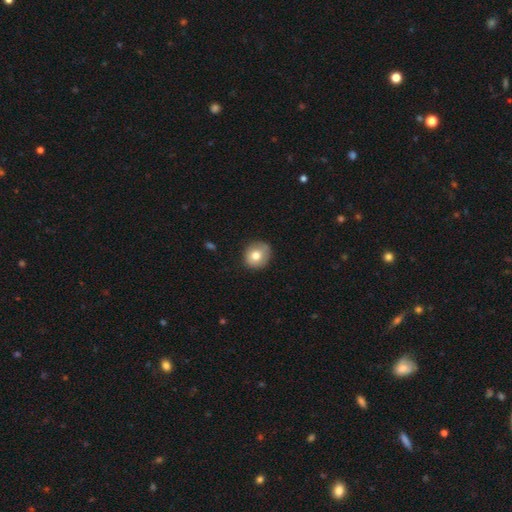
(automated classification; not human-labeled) smooth 77%, featured or disk 14%, star or artifact 9%. Down the decision tree: how rounded — round (81%); merging — none (79%).